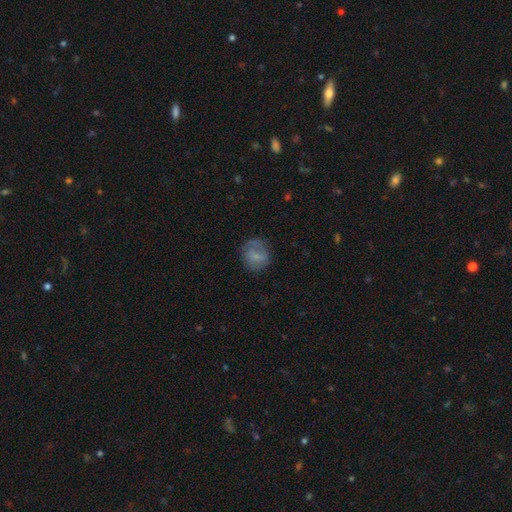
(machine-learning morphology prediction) A smooth galaxy with no disk features (67%) that is round (77%).

Vote fractions:
- Smooth or featured? smooth: 67% / featured or disk: 24% / star or artifact: 9%
- How rounded? round: 77% / in between: 22% / cigar-shaped: 1%
- Merging? none: 65% / minor disturbance: 21% / major disturbance: 12% / merger: 2%